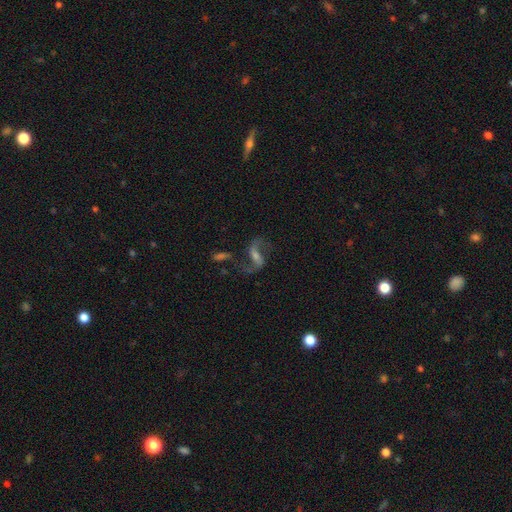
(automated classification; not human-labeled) Morphology: type=featured or disk (84%); edge-on=no (96%); bar=weak (44%); spiral arms=yes (94%); winding=loose (70%); arm count=2 (91%); bulge=small (43%); merging=none (65%).